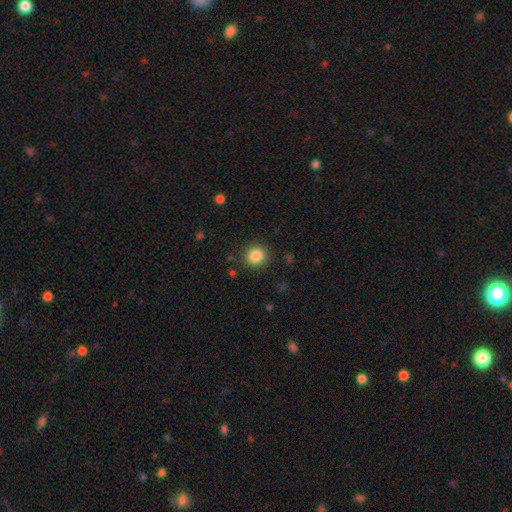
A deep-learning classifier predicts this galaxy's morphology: A smooth galaxy with no disk features (86%) that is round (88%). Merging: none (88%).